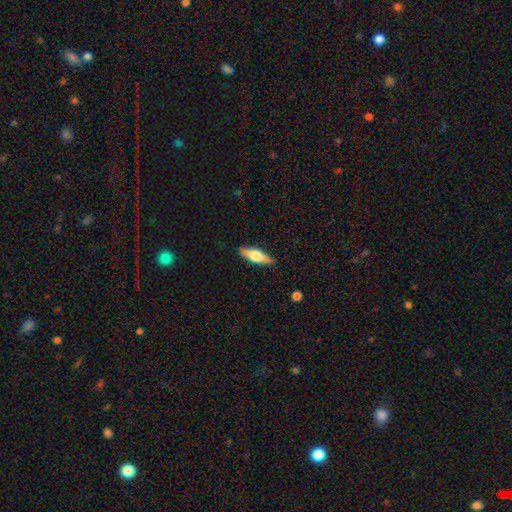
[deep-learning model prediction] Smooth or featured? smooth (50%)
How rounded? in between (50%)
Merging? none (88%)